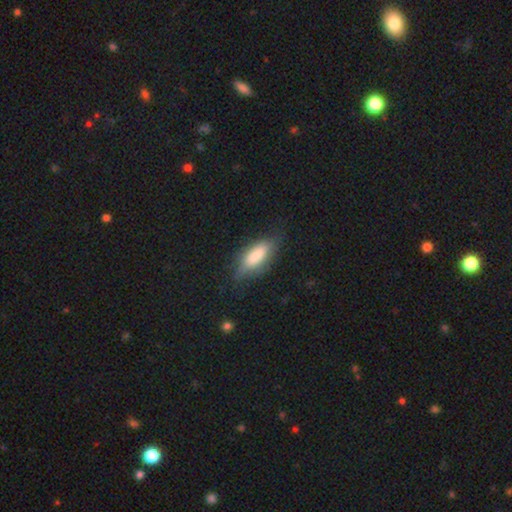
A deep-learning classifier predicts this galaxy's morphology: Smooth or featured? smooth (75%)
How rounded? in between (72%)
Merging? none (67%)